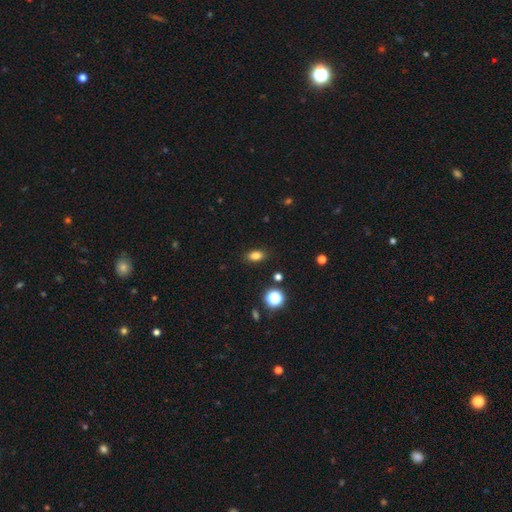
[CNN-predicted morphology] A smooth galaxy with no disk features (81%) that is in between round and cigar-shaped (81%).

Vote fractions:
- Smooth or featured? smooth: 81% / star or artifact: 13% / featured or disk: 6%
- How rounded? in between: 81% / round: 15% / cigar-shaped: 4%
- Merging? none: 87% / minor disturbance: 9% / major disturbance: 3% / merger: 1%